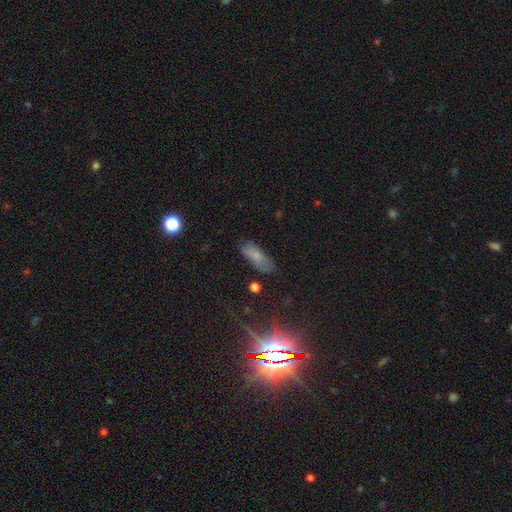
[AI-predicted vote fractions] This is likely a smooth galaxy (65%). How rounded: likely in between (70%). Merging: likely none (68%).